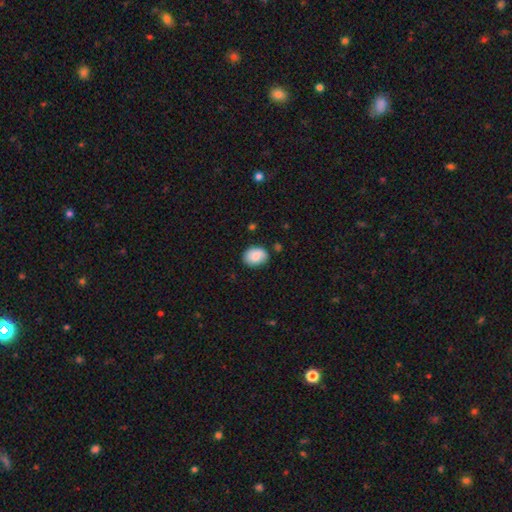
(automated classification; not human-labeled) A smooth galaxy with no disk features (82%) that is in between round and cigar-shaped (58%). Merging: none (76%).